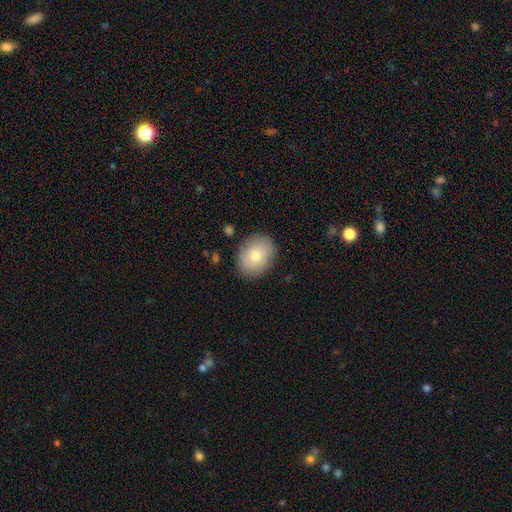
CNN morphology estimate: smooth 75%, featured or disk 17%, star or artifact 8%. Down the decision tree: how rounded — round (52%); merging — none (87%).